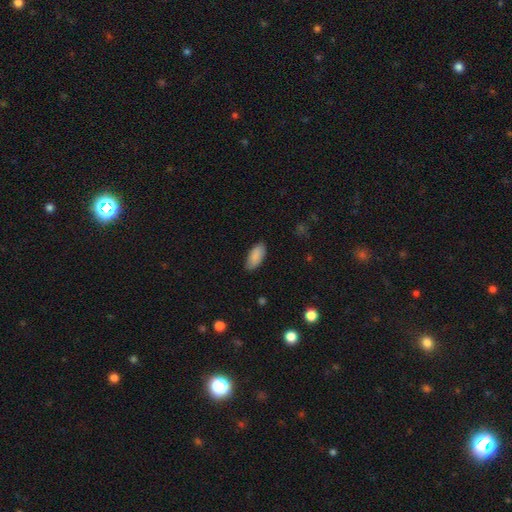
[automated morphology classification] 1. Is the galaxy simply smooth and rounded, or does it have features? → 89% smooth, 6% star or artifact, 5% featured or disk.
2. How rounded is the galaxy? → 87% in between, 11% cigar-shaped, 2% round.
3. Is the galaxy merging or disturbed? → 86% none, 11% minor disturbance, 2% major disturbance, 1% merger.